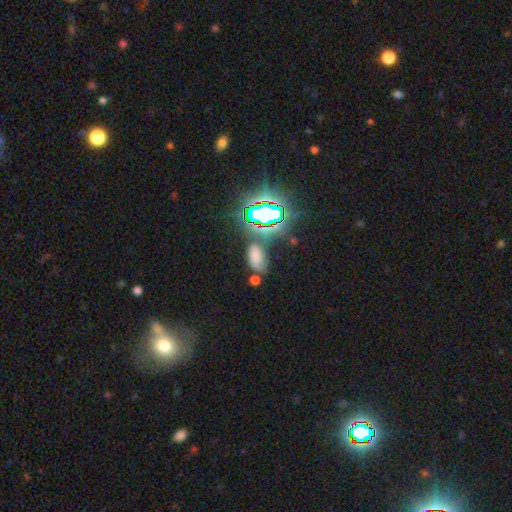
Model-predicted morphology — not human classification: Overall: smooth (61%; star or artifact 29%). How rounded: in between (92%). Merging: none (67%).